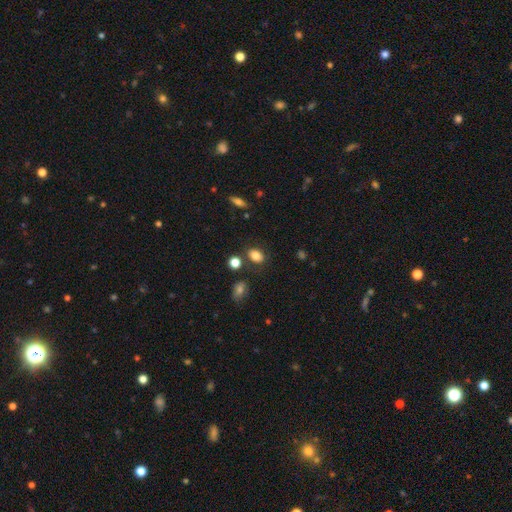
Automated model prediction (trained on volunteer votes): smooth_or_featured: smooth (p=0.82) [alt: star or artifact p=0.11]
how_rounded: in between (p=0.70) [alt: round p=0.28]
merging: none (p=0.76) [alt: minor disturbance p=0.13]